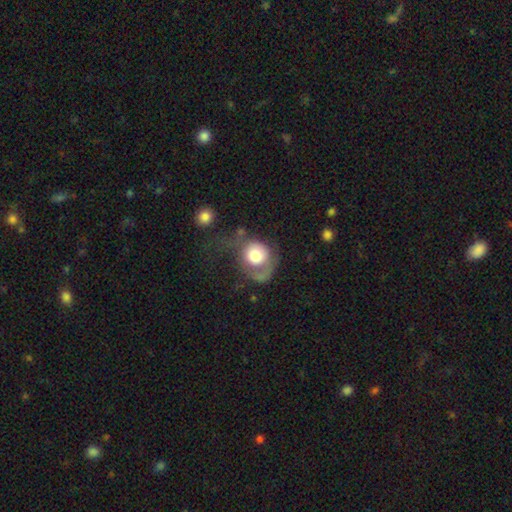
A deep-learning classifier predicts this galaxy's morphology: Smooth or featured: smooth — 62% (featured or disk — 30%)
How rounded: round — 75% (in between — 25%)
Merging: major disturbance — 47% (none — 26%)